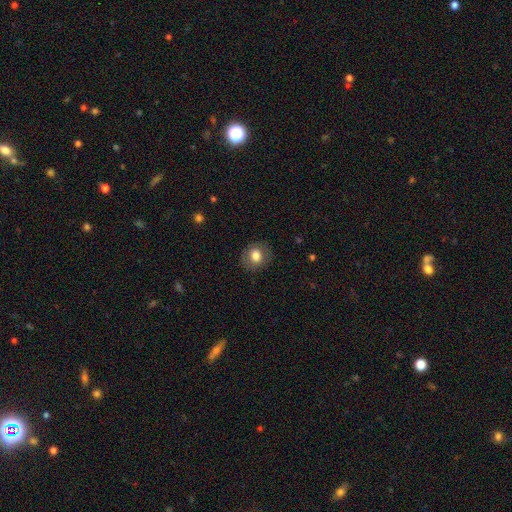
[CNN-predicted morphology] smooth_or_featured: smooth (p=0.76) [alt: featured or disk p=0.15]
how_rounded: round (p=0.71) [alt: in between p=0.28]
merging: none (p=0.86) [alt: minor disturbance p=0.09]